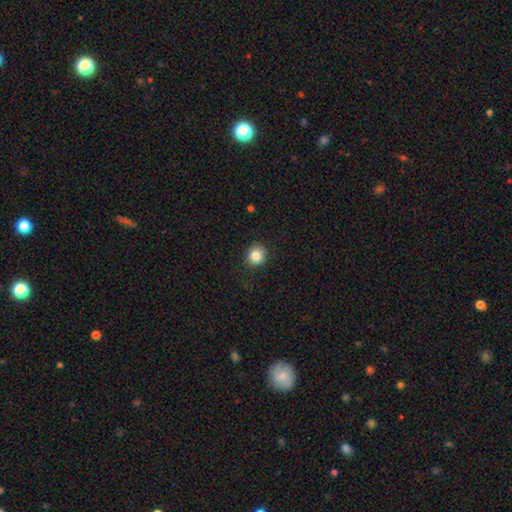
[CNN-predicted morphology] Overall: smooth (84%). How rounded: round (85%). Merging: none (86%).